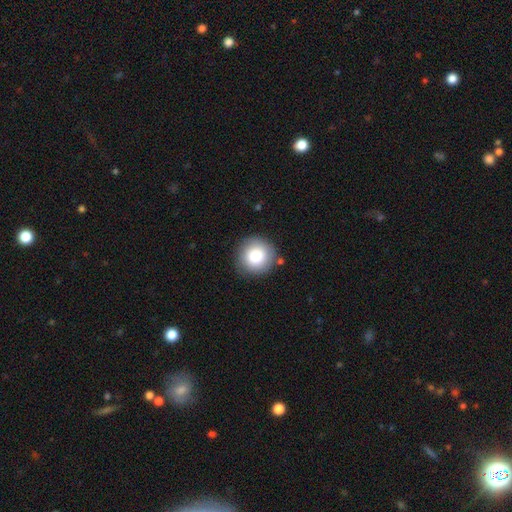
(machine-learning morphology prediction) Smooth or featured?
  - smooth: 83% *
  - star or artifact: 9%
  - featured or disk: 8%
How rounded?
  - round: 93% *
  - in between: 6%
  - cigar-shaped: 1%
Merging?
  - none: 86% *
  - minor disturbance: 9%
  - major disturbance: 3%
  - merger: 3%